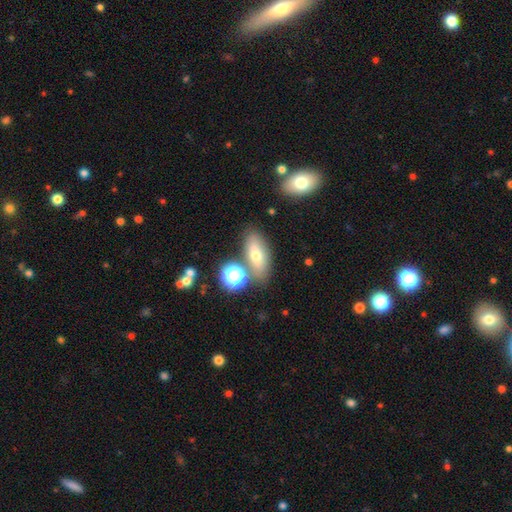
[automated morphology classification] Smooth or featured?
  - smooth: 62% *
  - featured or disk: 25%
  - star or artifact: 13%
How rounded?
  - in between: 73% *
  - cigar-shaped: 17%
  - round: 10%
Merging?
  - none: 69% *
  - minor disturbance: 14%
  - merger: 13%
  - major disturbance: 5%